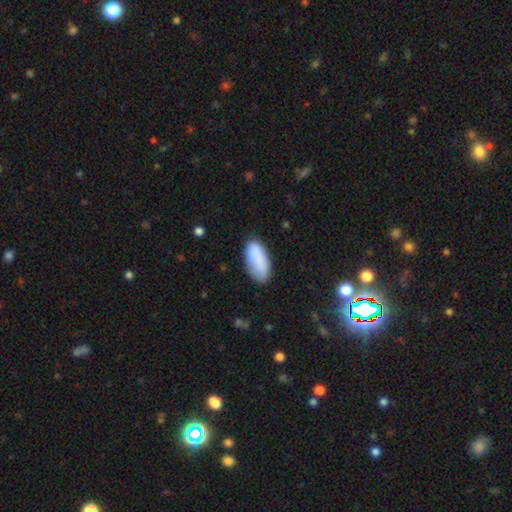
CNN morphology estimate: A smooth galaxy with no disk features (81%) that is in between round and cigar-shaped (90%).

Vote fractions:
- Smooth or featured? smooth: 81% / featured or disk: 11% / star or artifact: 8%
- How rounded? in between: 90% / cigar-shaped: 8% / round: 2%
- Merging? none: 70% / minor disturbance: 21% / major disturbance: 6% / merger: 3%